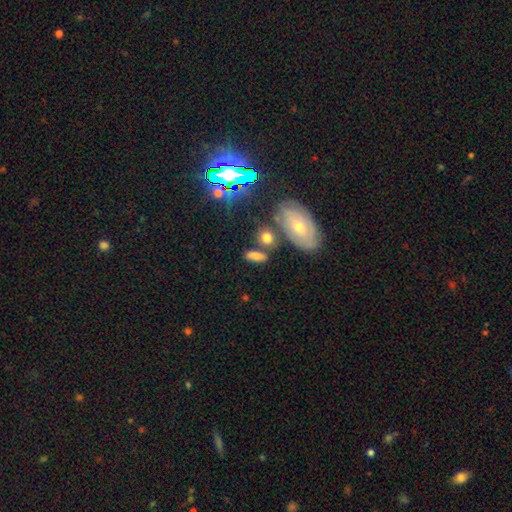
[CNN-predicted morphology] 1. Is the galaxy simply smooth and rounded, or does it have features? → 73% smooth, 14% star or artifact, 13% featured or disk.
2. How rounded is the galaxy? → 72% in between, 17% cigar-shaped, 11% round.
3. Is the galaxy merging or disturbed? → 66% none, 14% minor disturbance, 14% merger, 6% major disturbance.